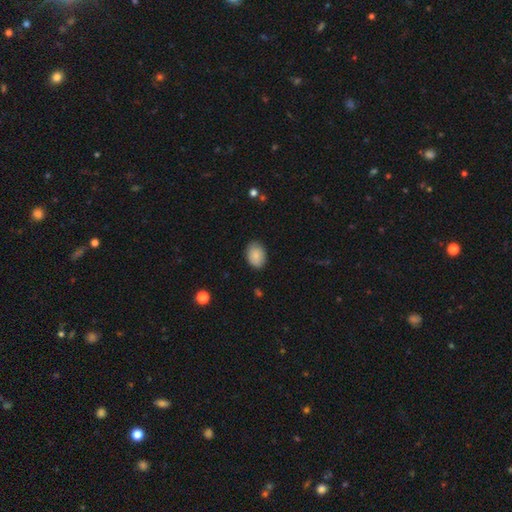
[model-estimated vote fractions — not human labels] smooth_or_featured: smooth (p=0.85) [alt: featured or disk p=0.08]
how_rounded: in between (p=0.76) [alt: round p=0.23]
merging: none (p=0.83) [alt: minor disturbance p=0.13]